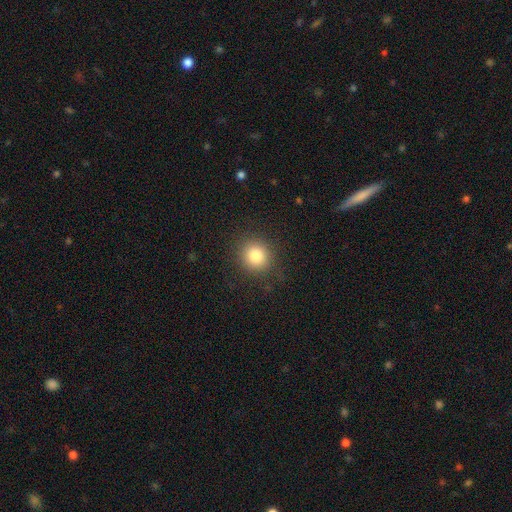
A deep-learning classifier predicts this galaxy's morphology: A smooth galaxy with no disk features (83%) that is round (90%). Merging: none (88%).